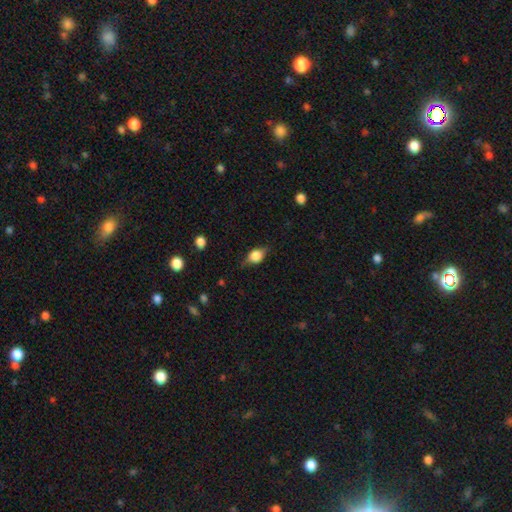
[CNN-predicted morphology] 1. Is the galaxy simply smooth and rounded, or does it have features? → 58% smooth, 33% featured or disk, 9% star or artifact.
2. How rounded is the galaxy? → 60% in between, 35% round, 5% cigar-shaped.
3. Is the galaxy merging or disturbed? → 72% none, 21% minor disturbance, 6% major disturbance, 1% merger.